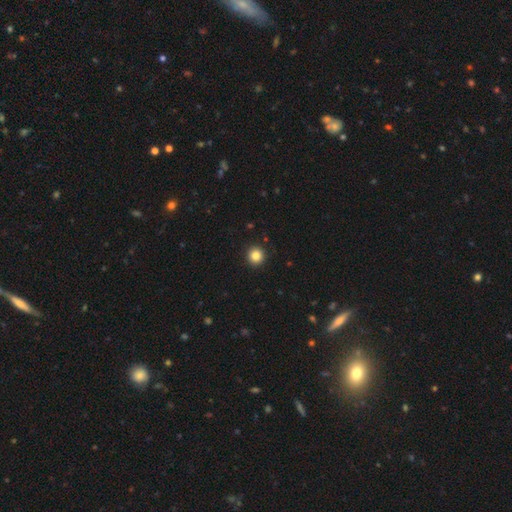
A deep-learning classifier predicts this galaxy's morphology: smooth-or-featured: smooth: 84% | star or artifact: 11% | featured or disk: 5%
  how-rounded: round: 95% | in between: 4% | cigar-shaped: 1%
  merging: none: 93% | minor disturbance: 4% | major disturbance: 2% | merger: 1%